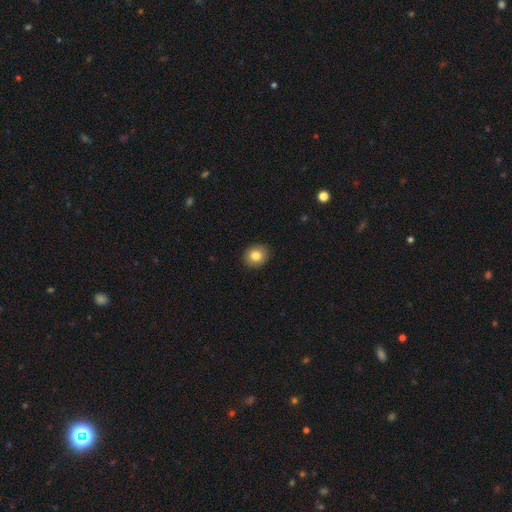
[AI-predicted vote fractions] Smooth or featured? smooth (83%)
How rounded? round (64%)
Merging? none (91%)